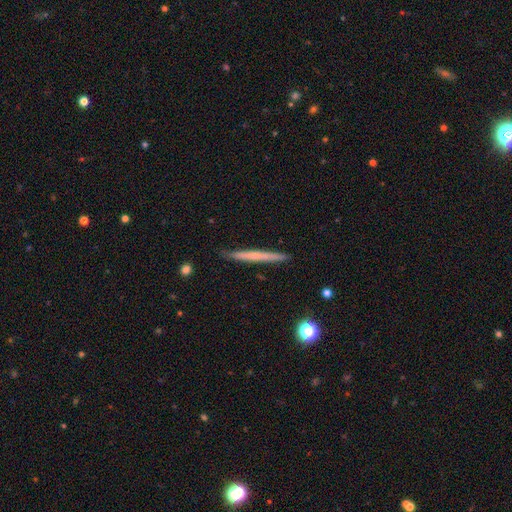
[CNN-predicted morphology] type=featured or disk (48%); merging=none (90%).